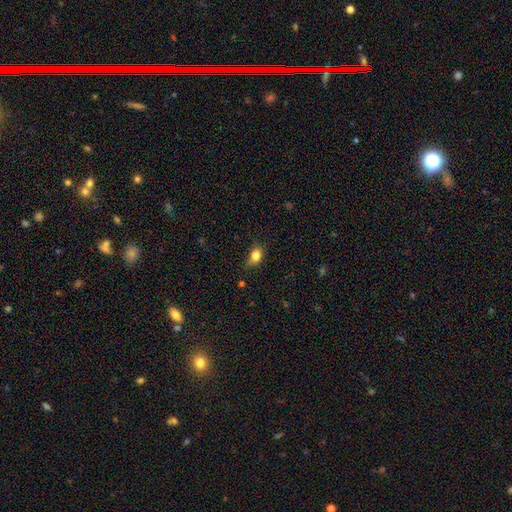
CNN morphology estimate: smooth-or-featured: smooth: 81% | star or artifact: 11% | featured or disk: 8%
  how-rounded: in between: 60% | round: 38% | cigar-shaped: 3%
  merging: none: 56% | minor disturbance: 33% | major disturbance: 9% | merger: 2%